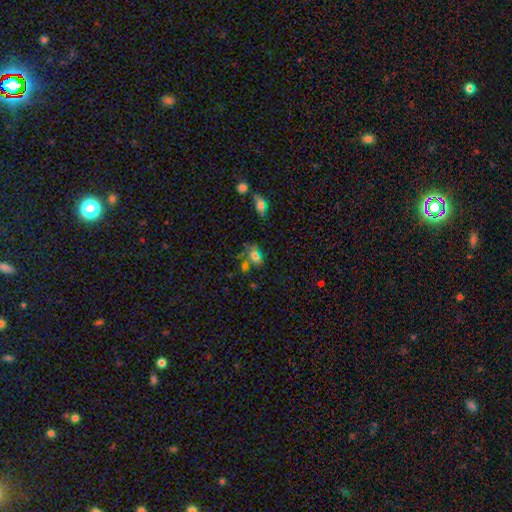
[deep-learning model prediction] Smooth or featured?
  - smooth: 64% *
  - star or artifact: 19%
  - featured or disk: 17%
How rounded?
  - in between: 73% *
  - round: 23%
  - cigar-shaped: 4%
Merging?
  - none: 47% *
  - merger: 23%
  - minor disturbance: 19%
  - major disturbance: 11%